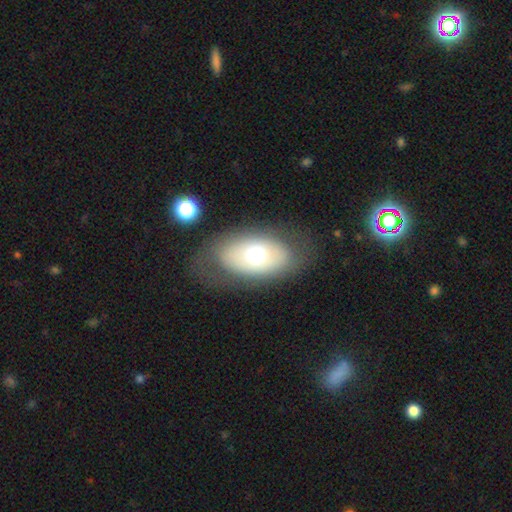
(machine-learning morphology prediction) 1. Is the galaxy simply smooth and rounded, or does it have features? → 59% smooth, 29% featured or disk, 11% star or artifact.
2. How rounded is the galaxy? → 85% in between, 13% round, 2% cigar-shaped.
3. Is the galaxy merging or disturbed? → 73% none, 14% minor disturbance, 12% major disturbance, 2% merger.